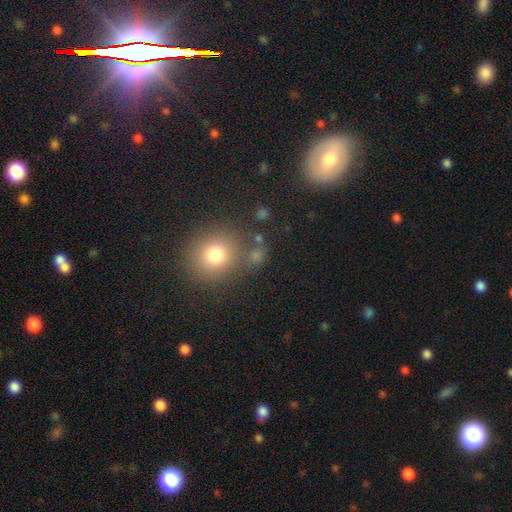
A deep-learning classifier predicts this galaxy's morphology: smooth 71%, star or artifact 19%, featured or disk 10%. Down the decision tree: how rounded — round (76%); merging — none (71%).